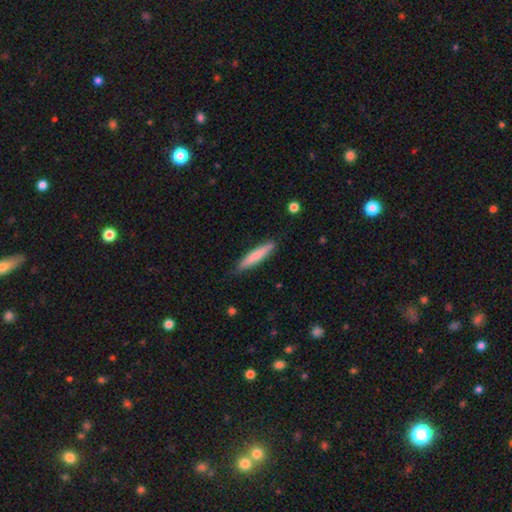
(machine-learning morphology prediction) A smooth galaxy with no disk features (75%) that is cigar-shaped (91%). Merging: none (84%).